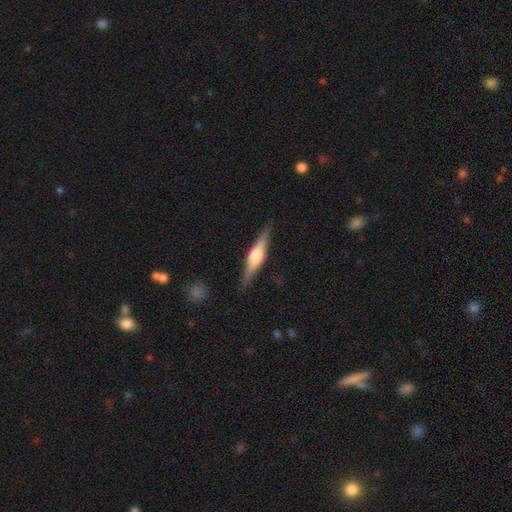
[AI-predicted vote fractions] A featured or disk galaxy (71%) viewed edge-on (97%) with a rounded central bulge (85%).

Vote fractions:
- Smooth or featured? featured or disk: 71% / smooth: 23% / star or artifact: 6%
- Edge-on disk? yes: 97% / no: 3%
- Edge-on bulge? rounded: 85% / boxy: 12% / none: 3%
- Merging? none: 87% / minor disturbance: 9% / major disturbance: 2% / merger: 1%